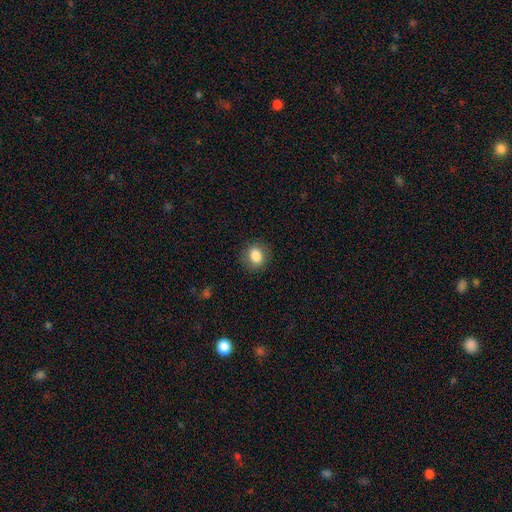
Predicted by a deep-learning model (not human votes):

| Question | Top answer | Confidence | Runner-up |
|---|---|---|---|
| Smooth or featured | smooth | 84% | star or artifact (9%) |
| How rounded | round | 68% | in between (31%) |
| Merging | none | 87% | minor disturbance (9%) |